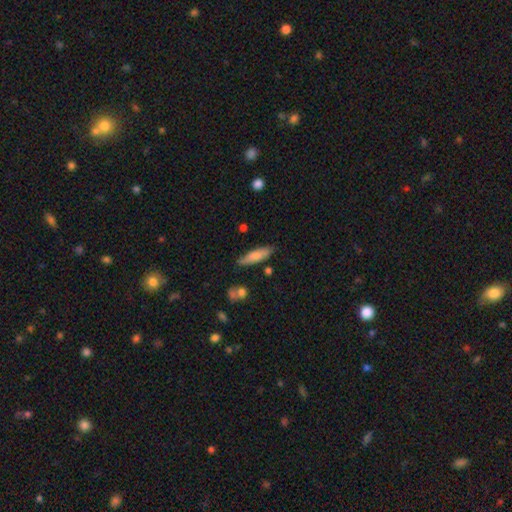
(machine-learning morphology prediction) Q: Smooth or featured?
A: smooth (74%); runner-up: featured or disk (20%)
Q: How rounded?
A: cigar-shaped (65%); runner-up: in between (33%)
Q: Merging?
A: none (79%); runner-up: minor disturbance (15%)